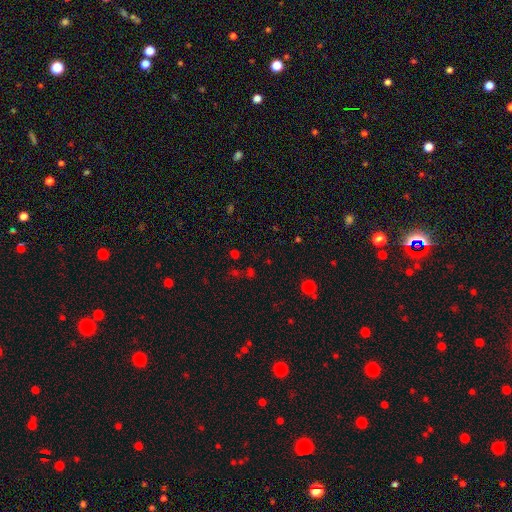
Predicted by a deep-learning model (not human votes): star or artifact 51%, smooth 41%, featured or disk 8%.